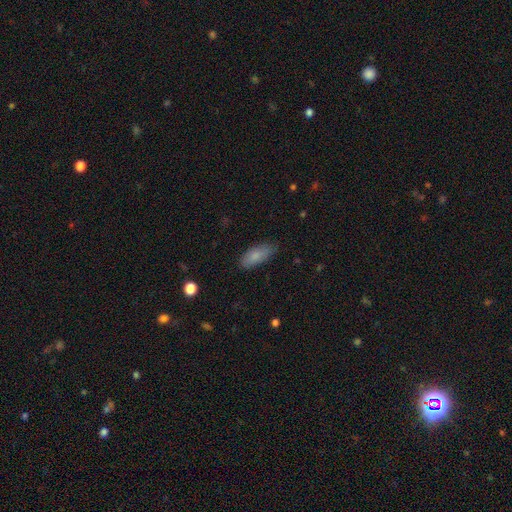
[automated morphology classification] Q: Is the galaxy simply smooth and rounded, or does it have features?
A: smooth — 83%.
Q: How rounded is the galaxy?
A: in between — 80%.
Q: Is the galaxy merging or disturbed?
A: none — 78%.